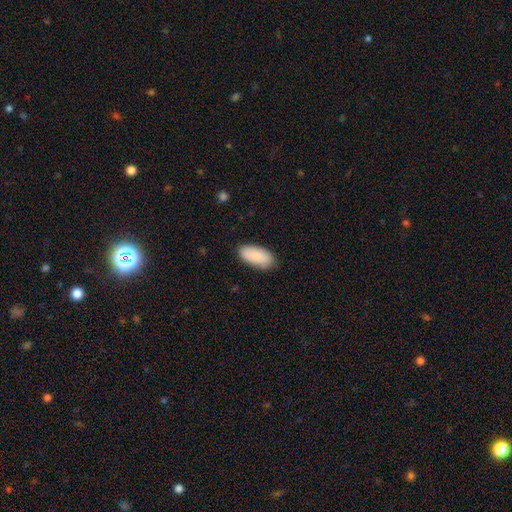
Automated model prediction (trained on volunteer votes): Smooth or featured: smooth — 90% (star or artifact — 6%)
How rounded: in between — 91% (cigar-shaped — 7%)
Merging: none — 86% (minor disturbance — 11%)